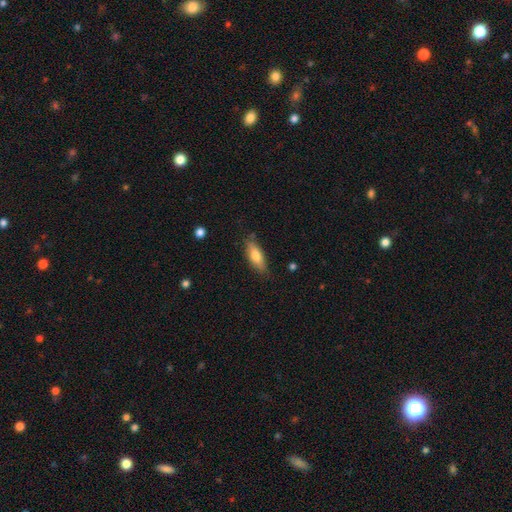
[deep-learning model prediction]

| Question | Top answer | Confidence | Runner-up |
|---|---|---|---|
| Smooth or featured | smooth | 71% | featured or disk (23%) |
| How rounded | in between | 60% | cigar-shaped (38%) |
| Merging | none | 78% | minor disturbance (17%) |